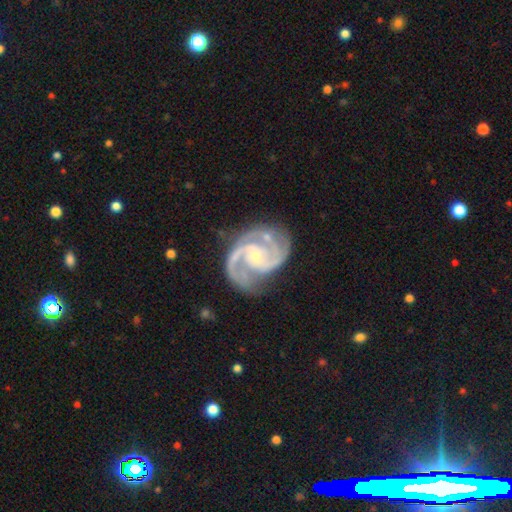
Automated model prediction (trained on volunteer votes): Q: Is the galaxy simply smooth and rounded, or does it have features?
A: featured or disk — 93%.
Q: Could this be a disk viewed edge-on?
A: no — 98%.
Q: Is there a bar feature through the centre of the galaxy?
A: no — 52%.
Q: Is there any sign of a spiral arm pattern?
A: yes — 99%.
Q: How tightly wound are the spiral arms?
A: medium — 53%.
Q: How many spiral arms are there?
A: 2 — 69%.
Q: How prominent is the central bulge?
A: small — 73%.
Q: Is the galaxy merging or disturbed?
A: none — 68%.